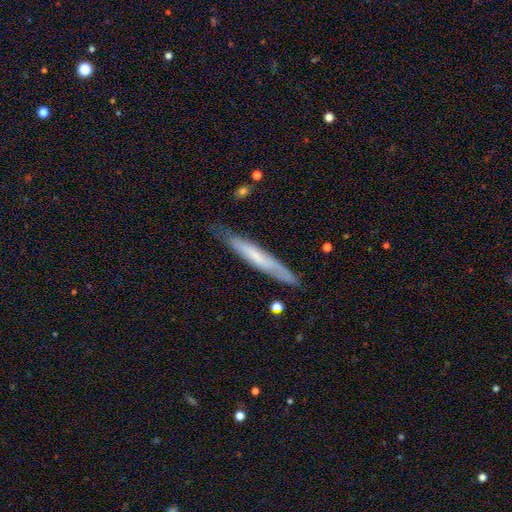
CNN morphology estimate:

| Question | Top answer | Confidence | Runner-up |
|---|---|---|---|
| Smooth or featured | featured or disk | 47% | tied: smooth (47%) |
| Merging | none | 76% | minor disturbance (19%) |